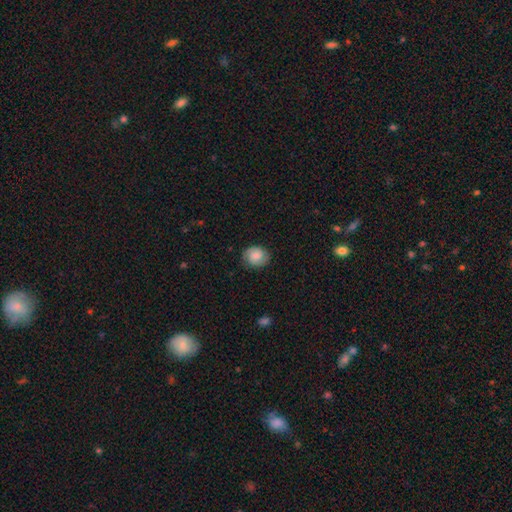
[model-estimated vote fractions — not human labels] Smooth or featured: smooth — 62% (featured or disk — 30%)
How rounded: round — 63% (in between — 36%)
Merging: none — 82% (minor disturbance — 13%)